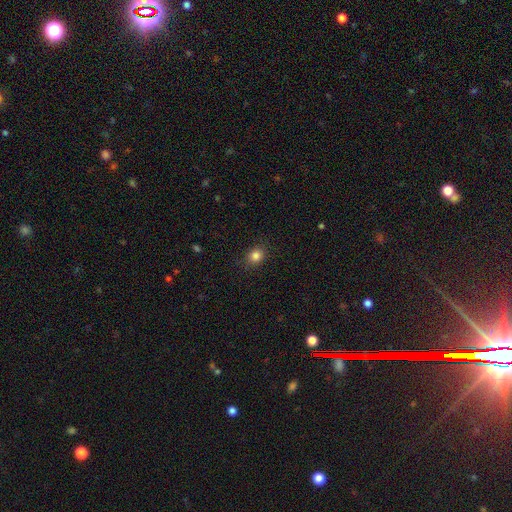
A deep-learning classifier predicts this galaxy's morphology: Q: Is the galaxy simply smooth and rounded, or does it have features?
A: smooth — 84%.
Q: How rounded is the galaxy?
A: round — 62%.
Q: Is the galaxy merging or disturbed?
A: none — 86%.